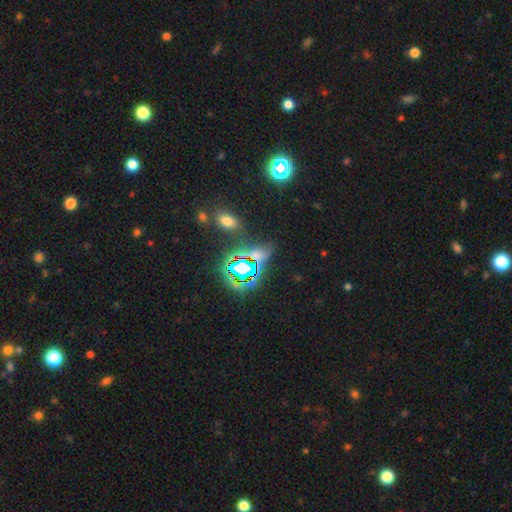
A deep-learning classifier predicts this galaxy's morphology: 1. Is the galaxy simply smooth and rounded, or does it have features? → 65% star or artifact, 24% smooth, 10% featured or disk.